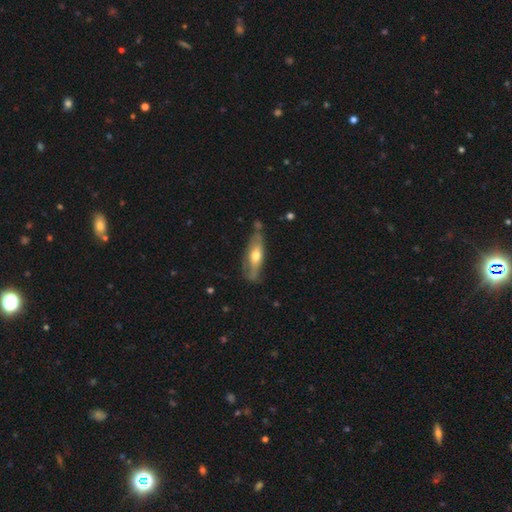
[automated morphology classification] featured or disk 49%, smooth 45%, star or artifact 5%. Down the decision tree: merging — none (65%).